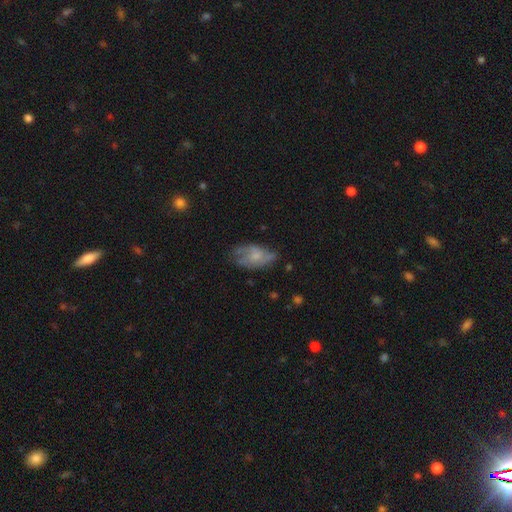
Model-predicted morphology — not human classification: type=featured or disk (51%); edge-on=no (93%); merging=none (52%).